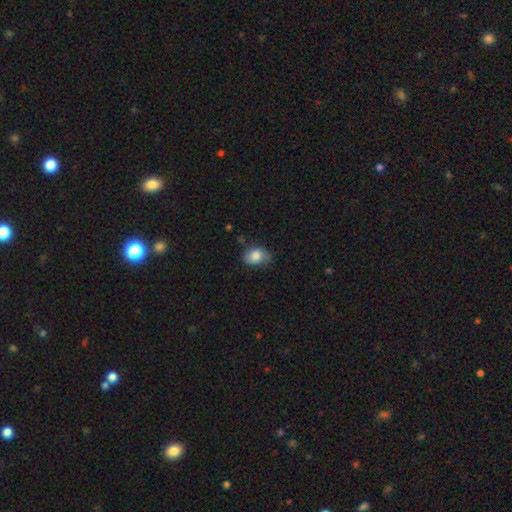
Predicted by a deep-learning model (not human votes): This is clearly a smooth galaxy (80%). How rounded: likely in between (76%). Merging: likely none (62%).